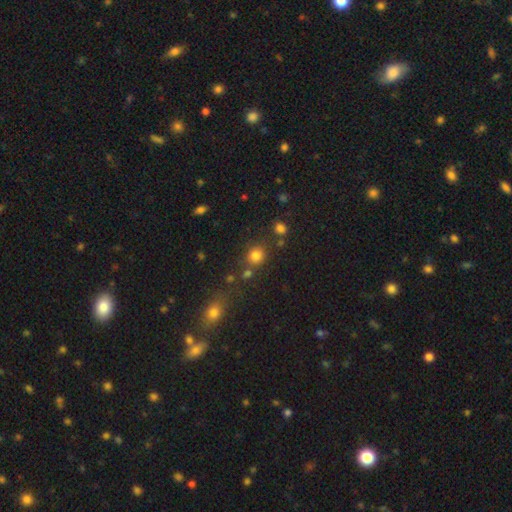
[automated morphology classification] Smooth or featured: smooth — 79% (star or artifact — 15%)
How rounded: round — 83% (in between — 16%)
Merging: none — 72% (merger — 13%)